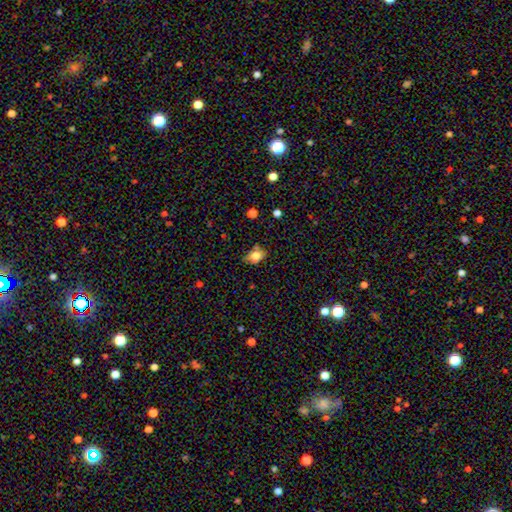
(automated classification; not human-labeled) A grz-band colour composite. It shows a smooth galaxy with no disk features (77%) that is in between round and cigar-shaped (78%). Merging: none (68%).